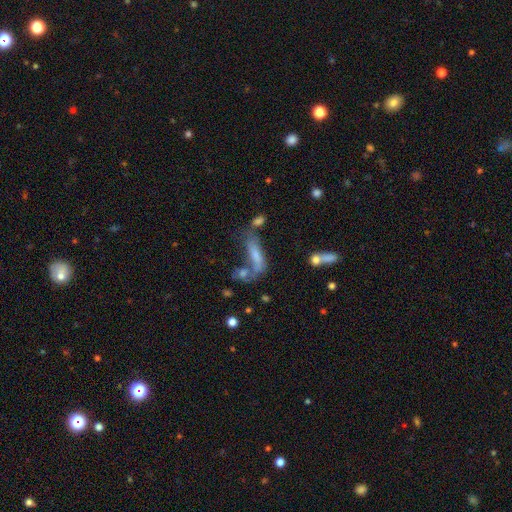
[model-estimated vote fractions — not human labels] smooth-or-featured: smooth: 51% | featured or disk: 34% | star or artifact: 15%
  how-rounded: cigar-shaped: 63% | in between: 34% | round: 3%
  merging: none: 37% | merger: 31% | minor disturbance: 17% | major disturbance: 15%